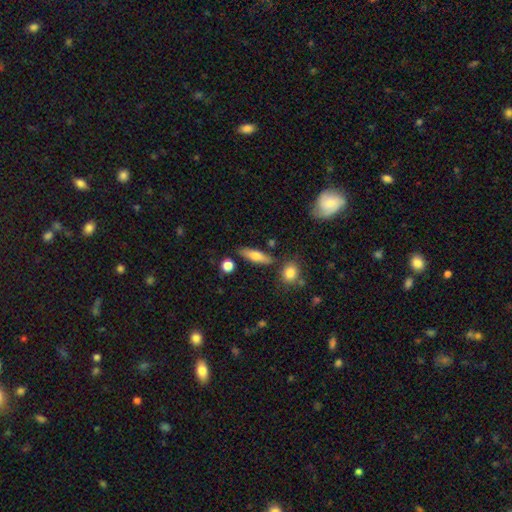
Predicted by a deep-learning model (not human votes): Smooth or featured? smooth (65%)
How rounded? cigar-shaped (52%)
Merging? none (80%)